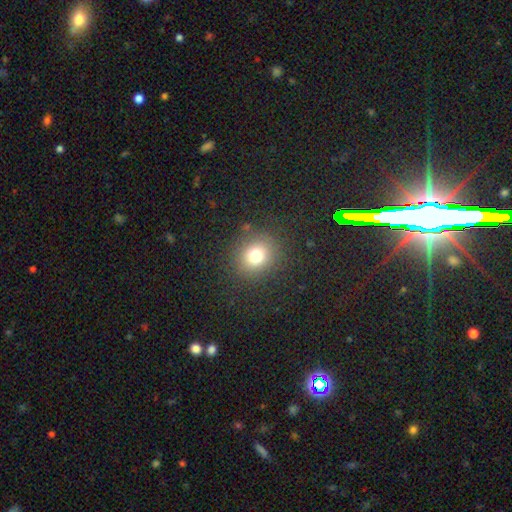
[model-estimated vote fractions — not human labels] Q: Smooth or featured?
A: smooth (75%); runner-up: star or artifact (16%)
Q: How rounded?
A: round (81%); runner-up: in between (18%)
Q: Merging?
A: none (87%); runner-up: minor disturbance (8%)